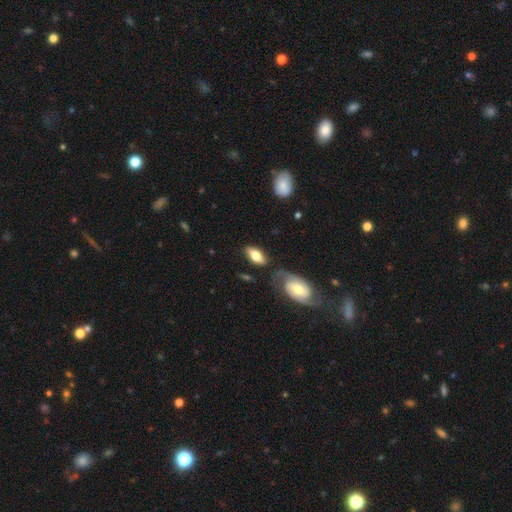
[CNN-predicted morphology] Q: Smooth or featured?
A: smooth (70%); runner-up: featured or disk (24%)
Q: How rounded?
A: in between (89%); runner-up: cigar-shaped (7%)
Q: Merging?
A: none (65%); runner-up: minor disturbance (18%)